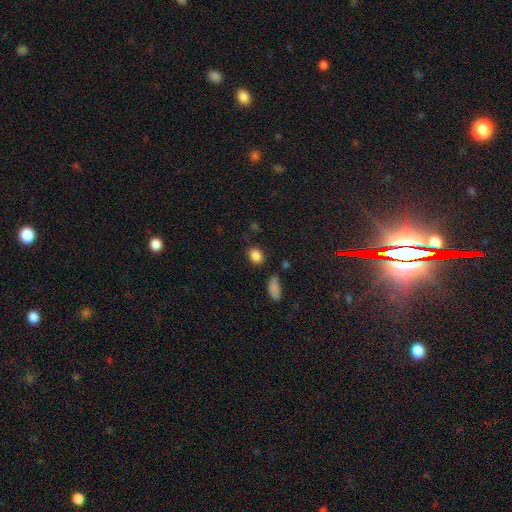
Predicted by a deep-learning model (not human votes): Morphology: type=smooth (86%); roundness=in between (52%); merging=none (83%).